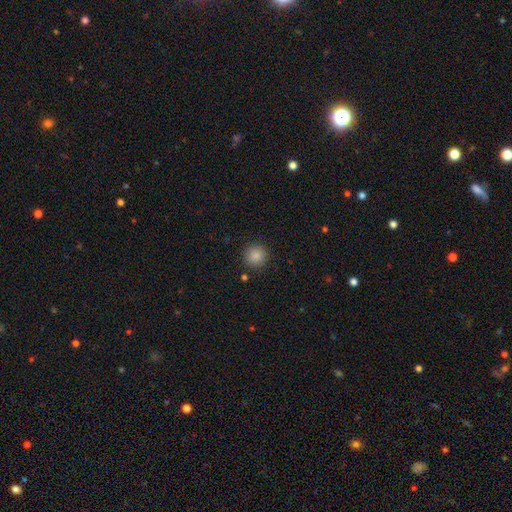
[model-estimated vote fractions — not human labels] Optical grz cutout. It shows a smooth galaxy with no disk features (87%) that is round (92%). Merging: none (89%).